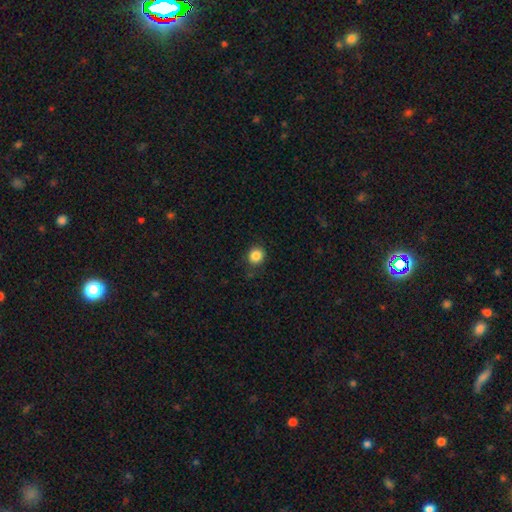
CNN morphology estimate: Smooth or featured?
  - smooth: 86% *
  - star or artifact: 10%
  - featured or disk: 4%
How rounded?
  - round: 86% *
  - in between: 13%
  - cigar-shaped: 1%
Merging?
  - none: 87% *
  - minor disturbance: 10%
  - major disturbance: 3%
  - merger: 1%